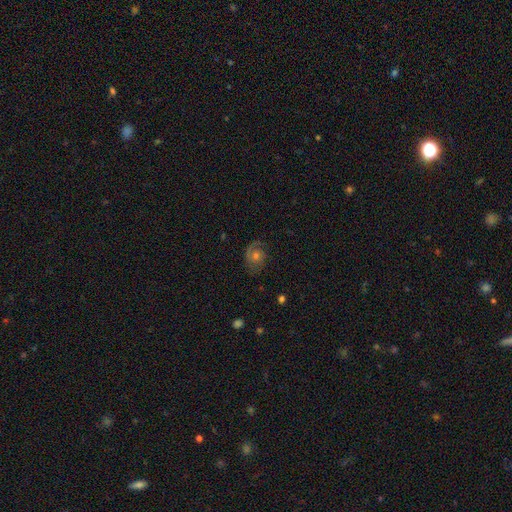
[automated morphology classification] smooth_or_featured: featured or disk (p=0.69) [alt: smooth p=0.20]
disk_edge_on: no (p=0.97) [alt: yes p=0.03]
bar: no (p=0.75) [alt: weak p=0.21]
has_spiral_arms: yes (p=0.90) [alt: no p=0.10]
spiral_winding: tight (p=0.44) [alt: medium p=0.40]
spiral_arm_count: 2 (p=0.53) [alt: 1 p=0.28]
bulge_size: moderate (p=0.57) [alt: small p=0.35]
merging: none (p=0.72) [alt: minor disturbance p=0.17]